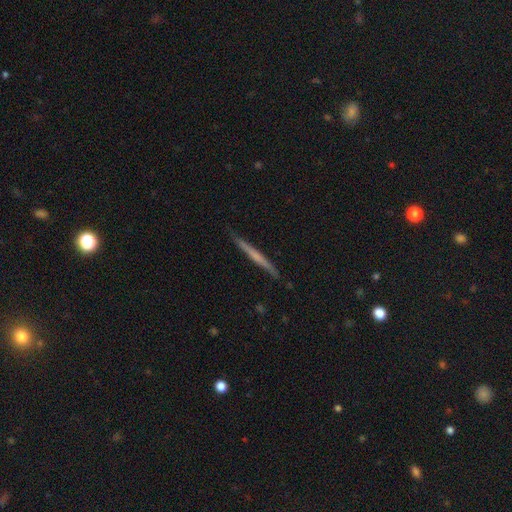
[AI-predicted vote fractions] featured or disk 53%, smooth 42%, star or artifact 5%. Down the decision tree: edge-on disk — yes (97%); edge-on bulge — none (77%); merging — none (89%).